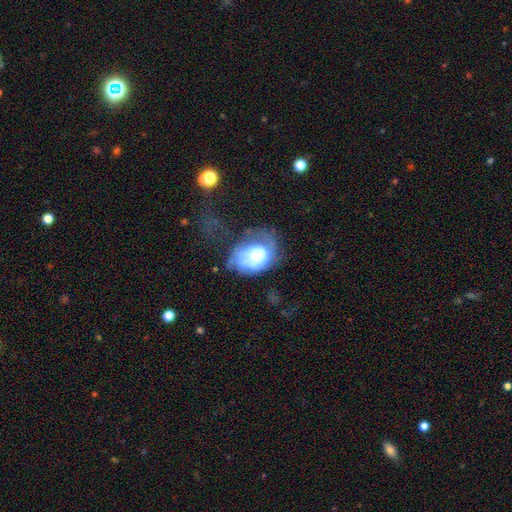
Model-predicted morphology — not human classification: Q: Smooth or featured?
A: featured or disk (48%); runner-up: smooth (43%)
Q: Merging?
A: major disturbance (40%); runner-up: none (29%)